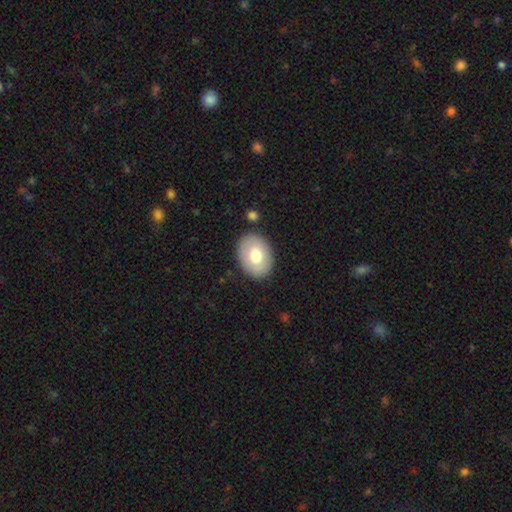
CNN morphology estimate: smooth-or-featured: smooth: 71% | featured or disk: 23% | star or artifact: 6%
  how-rounded: in between: 75% | round: 24% | cigar-shaped: 1%
  merging: none: 86% | minor disturbance: 9% | major disturbance: 3% | merger: 2%